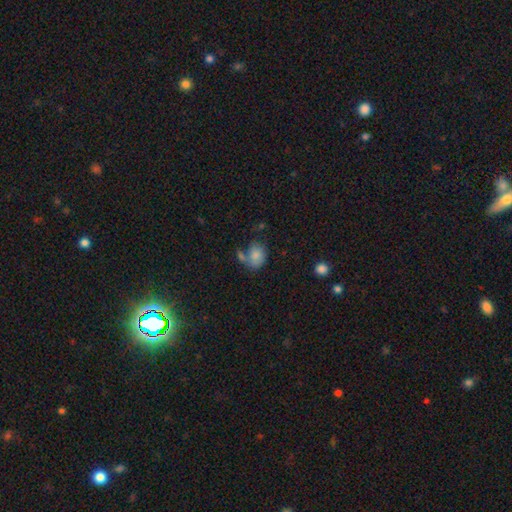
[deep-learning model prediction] This is likely a smooth galaxy (78%). How rounded: possibly in between (51%). Merging: marginally none (39%).